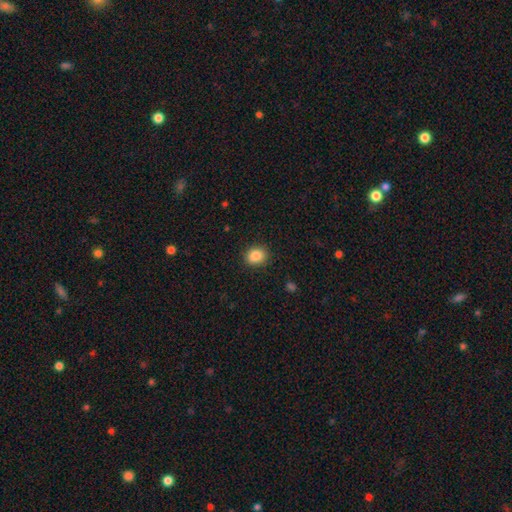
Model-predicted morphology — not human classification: type=smooth (86%); roundness=round (59%); merging=none (88%).